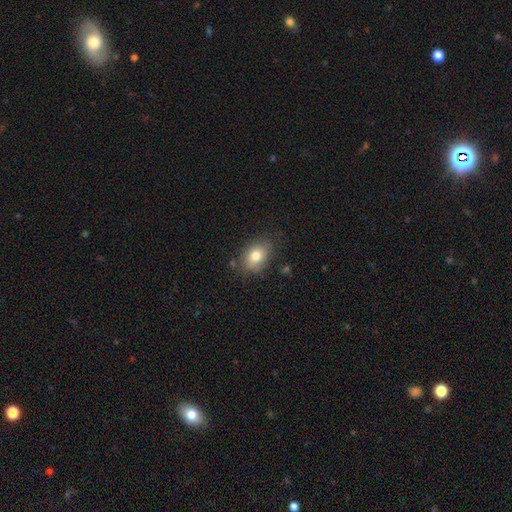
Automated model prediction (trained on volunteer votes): Smooth or featured? smooth (78%)
How rounded? in between (76%)
Merging? none (76%)